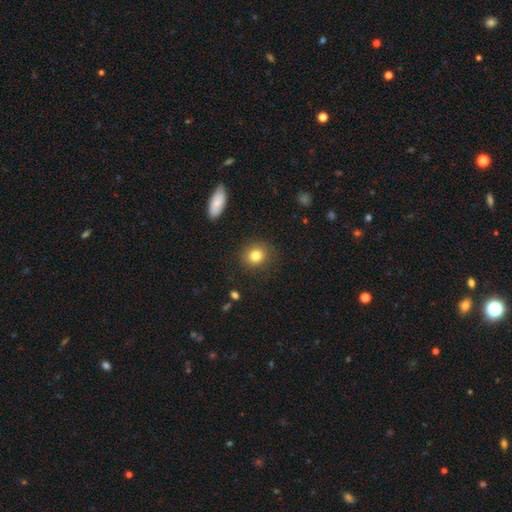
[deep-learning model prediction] Overall: smooth (82%). How rounded: round (79%). Merging: none (86%).